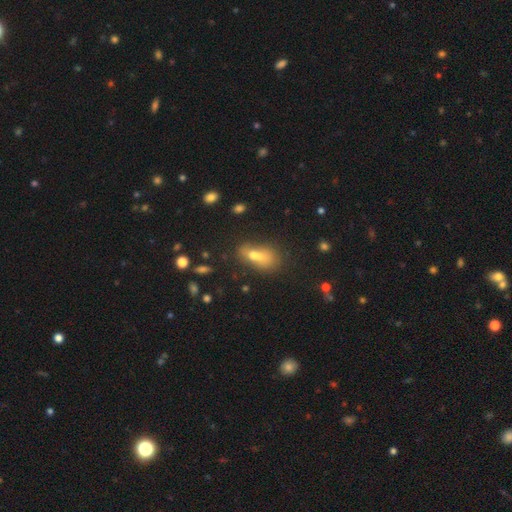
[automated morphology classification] Smooth or featured? smooth (62%)
How rounded? in between (73%)
Merging? none (50%)